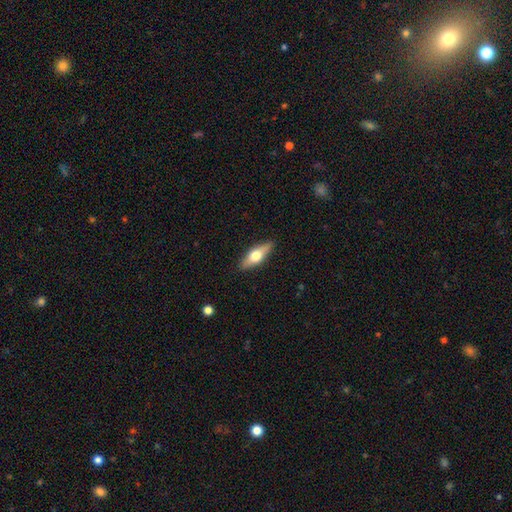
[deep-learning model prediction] Smooth or featured?
  - smooth: 51% *
  - featured or disk: 43%
  - star or artifact: 6%
How rounded?
  - in between: 57% *
  - cigar-shaped: 40%
  - round: 3%
Merging?
  - none: 88% *
  - minor disturbance: 9%
  - major disturbance: 2%
  - merger: 1%